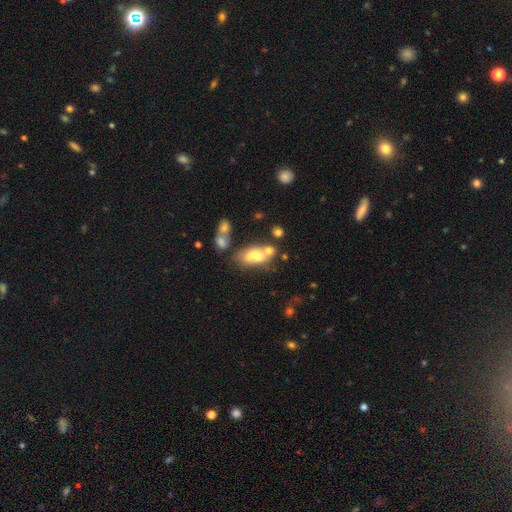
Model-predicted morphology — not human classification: Q: Smooth or featured?
A: smooth (56%); runner-up: featured or disk (32%)
Q: How rounded?
A: in between (82%); runner-up: round (11%)
Q: Merging?
A: merger (49%); runner-up: none (25%)